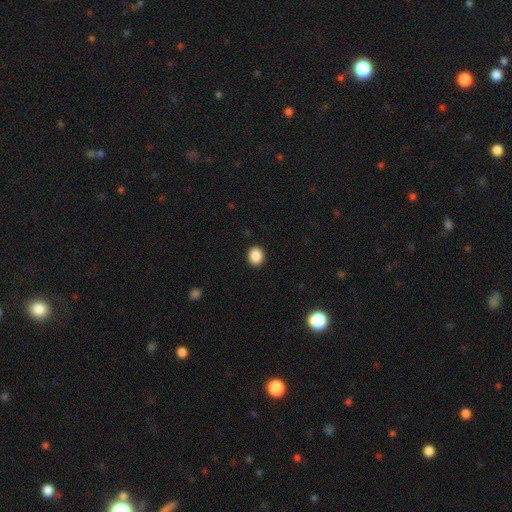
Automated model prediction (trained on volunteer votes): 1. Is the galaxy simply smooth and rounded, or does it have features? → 89% smooth, 9% star or artifact, 3% featured or disk.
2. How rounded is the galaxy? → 59% round, 40% in between, 1% cigar-shaped.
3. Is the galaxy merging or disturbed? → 91% none, 6% minor disturbance, 2% major disturbance, 1% merger.